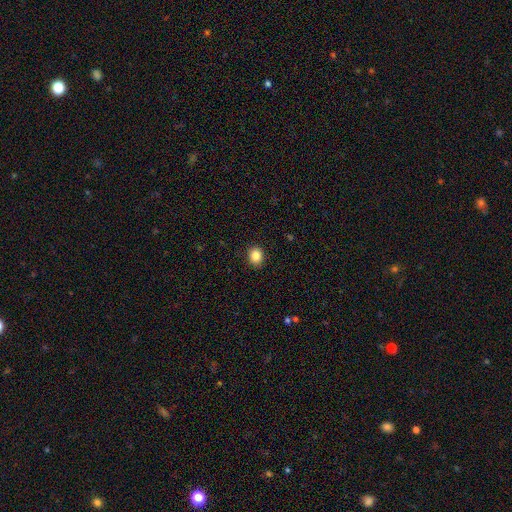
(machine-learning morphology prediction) Smooth or featured?
  - smooth: 86% *
  - star or artifact: 10%
  - featured or disk: 4%
How rounded?
  - round: 63% *
  - in between: 37%
  - cigar-shaped: 1%
Merging?
  - none: 90% *
  - minor disturbance: 7%
  - major disturbance: 2%
  - merger: 1%